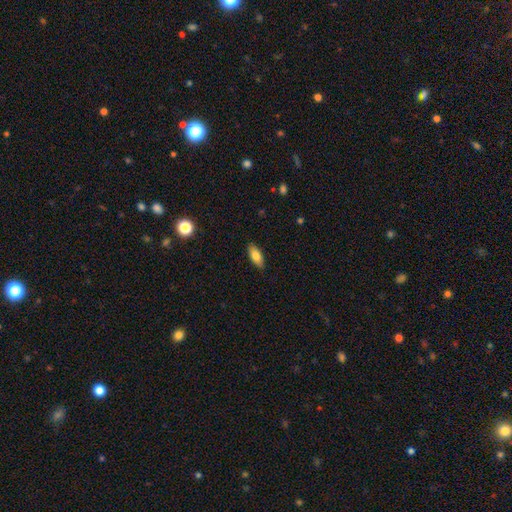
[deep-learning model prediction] Smooth or featured? Predicted: smooth (p=0.78). How rounded? Predicted: in between (p=0.83). Merging? Predicted: none (p=0.87).